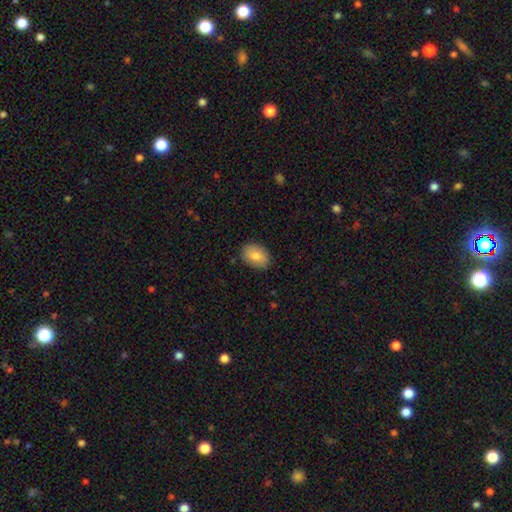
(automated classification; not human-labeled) Smooth or featured: smooth — 80% (featured or disk — 13%)
How rounded: in between — 79% (round — 20%)
Merging: none — 86% (minor disturbance — 11%)